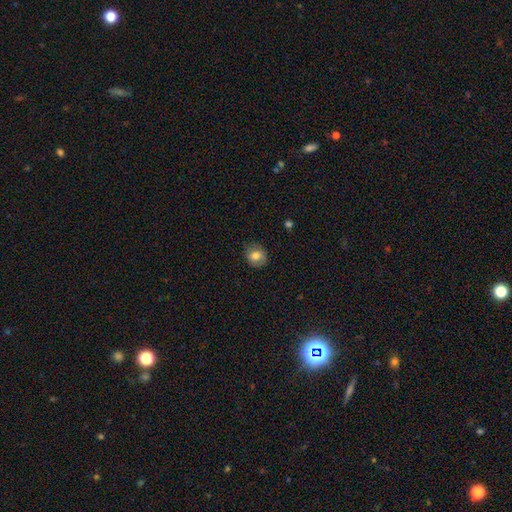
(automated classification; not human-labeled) Q: Smooth or featured?
A: smooth (75%); runner-up: featured or disk (16%)
Q: How rounded?
A: round (70%); runner-up: in between (29%)
Q: Merging?
A: none (80%); runner-up: minor disturbance (16%)